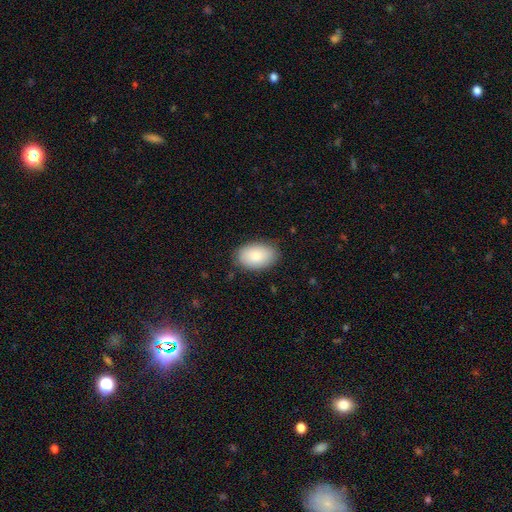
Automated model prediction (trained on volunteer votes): smooth-or-featured: smooth: 83% | featured or disk: 11% | star or artifact: 6%
  how-rounded: in between: 92% | round: 7% | cigar-shaped: 1%
  merging: none: 84% | minor disturbance: 12% | major disturbance: 3% | merger: 1%